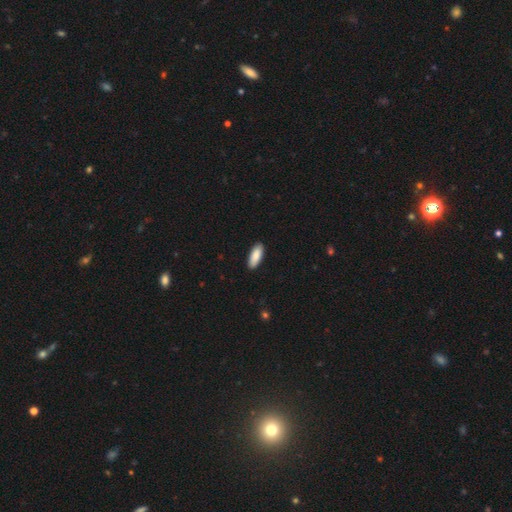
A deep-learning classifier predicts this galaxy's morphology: Q: Smooth or featured?
A: smooth (88%); runner-up: featured or disk (7%)
Q: How rounded?
A: in between (77%); runner-up: cigar-shaped (21%)
Q: Merging?
A: none (90%); runner-up: minor disturbance (8%)